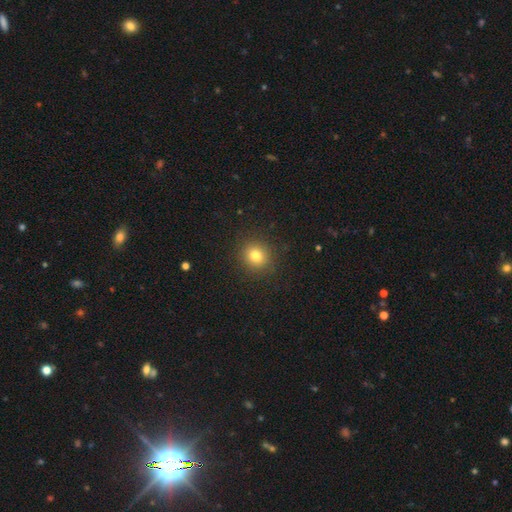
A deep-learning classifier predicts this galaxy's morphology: Smooth or featured: smooth — 80% (star or artifact — 13%)
How rounded: round — 86% (in between — 13%)
Merging: none — 90% (minor disturbance — 7%)